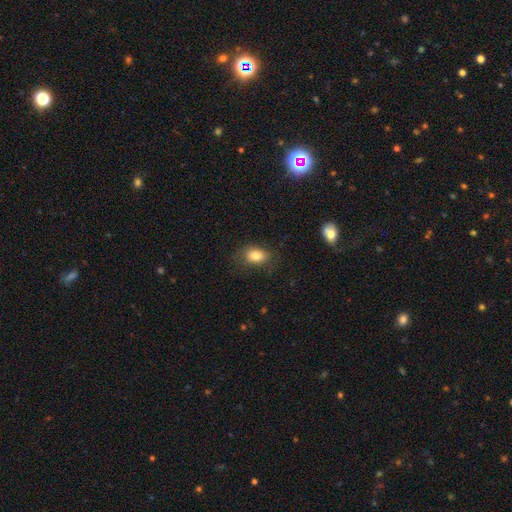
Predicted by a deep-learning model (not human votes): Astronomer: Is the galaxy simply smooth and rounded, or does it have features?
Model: smooth — 83%.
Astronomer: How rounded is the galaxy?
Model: in between — 80%.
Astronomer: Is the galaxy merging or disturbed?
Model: none — 76%.